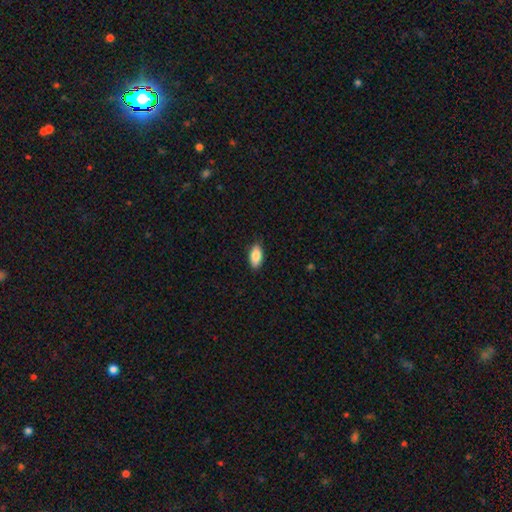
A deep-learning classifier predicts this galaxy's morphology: Q: Smooth or featured?
A: smooth (86%); runner-up: featured or disk (7%)
Q: How rounded?
A: in between (92%); runner-up: cigar-shaped (6%)
Q: Merging?
A: none (86%); runner-up: minor disturbance (11%)